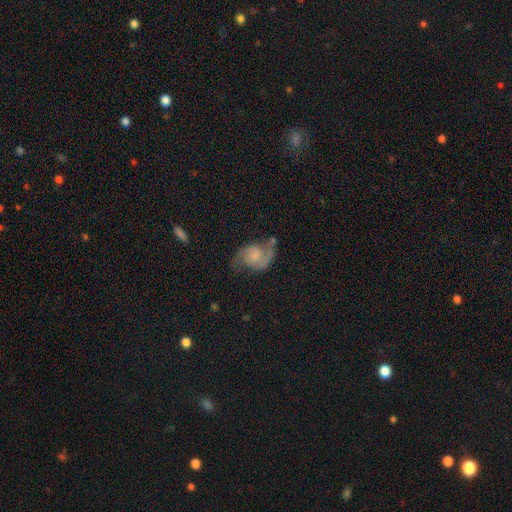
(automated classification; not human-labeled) This is clearly a featured or disk galaxy (83%). It is clearly not viewed edge-on (98%). Bar: likely no (66%). Spiral arm pattern: clearly yes (96%). Spiral arm count: clearly 2 (91%). Spiral winding: possibly medium (48%). Central bulge: marginally small (41%). Merging: likely none (62%).